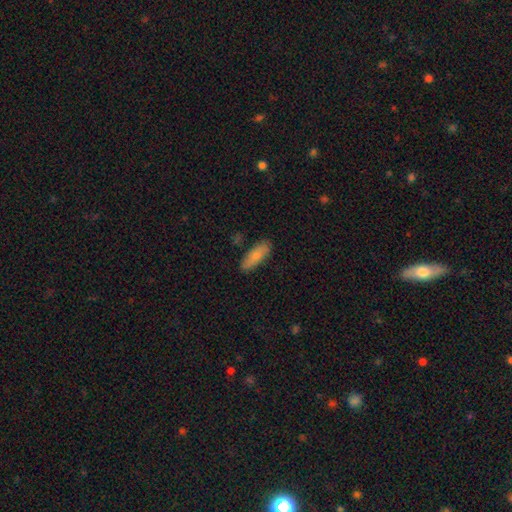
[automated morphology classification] Q: Smooth or featured?
A: smooth (80%); runner-up: featured or disk (13%)
Q: How rounded?
A: in between (55%); runner-up: cigar-shaped (43%)
Q: Merging?
A: none (82%); runner-up: minor disturbance (13%)